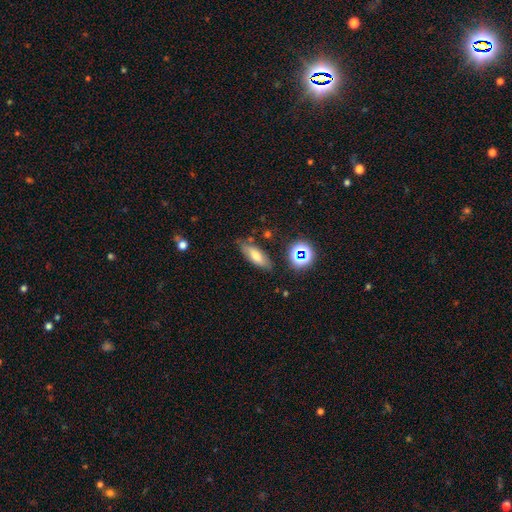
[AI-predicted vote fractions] This is likely a smooth galaxy (65%). How rounded: likely in between (65%). Merging: likely none (77%).